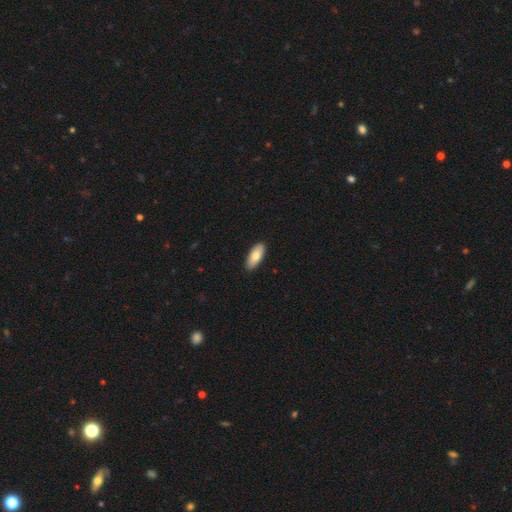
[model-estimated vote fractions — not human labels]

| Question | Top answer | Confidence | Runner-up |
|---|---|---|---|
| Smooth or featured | smooth | 80% | featured or disk (14%) |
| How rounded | in between | 85% | cigar-shaped (13%) |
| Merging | none | 89% | minor disturbance (8%) |